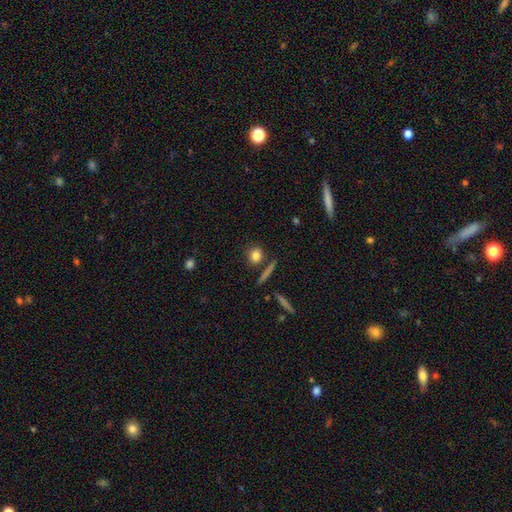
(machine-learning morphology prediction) Smooth or featured? Predicted: smooth (p=0.82). How rounded? Predicted: round (p=0.72). Merging? Predicted: none (p=0.79).